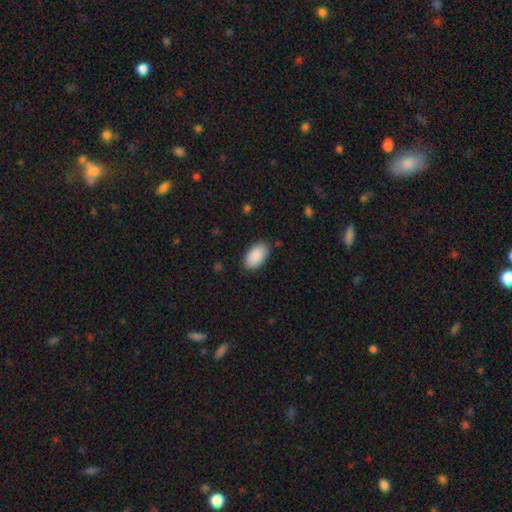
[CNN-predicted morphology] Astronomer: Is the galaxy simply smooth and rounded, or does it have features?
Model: smooth — 91%.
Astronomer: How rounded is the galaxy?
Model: in between — 95%.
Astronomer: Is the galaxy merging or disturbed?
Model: none — 85%.